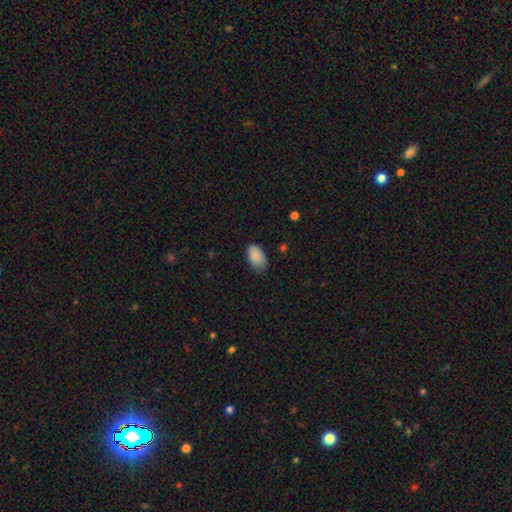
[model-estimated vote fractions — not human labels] smooth_or_featured: smooth (p=0.87) [alt: star or artifact p=0.07]
how_rounded: in between (p=0.94) [alt: round p=0.05]
merging: none (p=0.74) [alt: minor disturbance p=0.21]